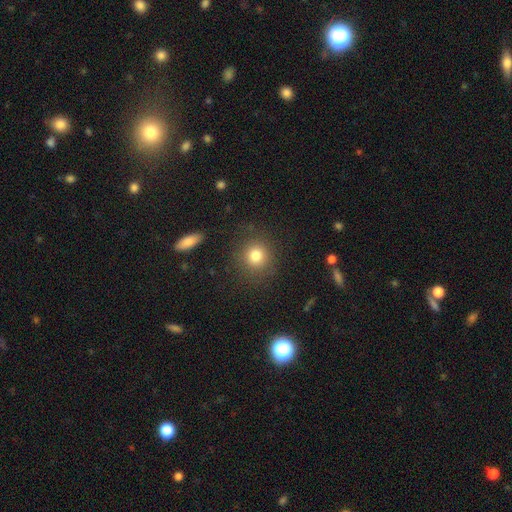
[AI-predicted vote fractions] Overall: smooth (81%). How rounded: round (89%). Merging: none (85%).